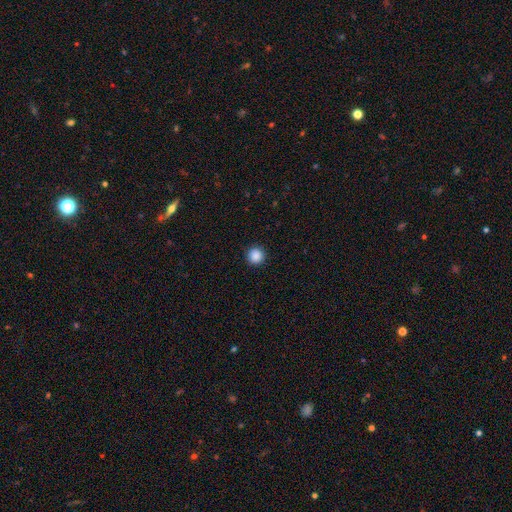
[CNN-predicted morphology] type=smooth (88%); roundness=round (96%); merging=none (93%).